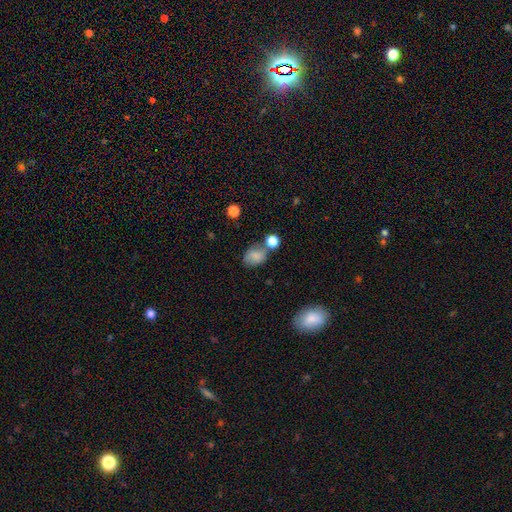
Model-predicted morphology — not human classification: Smooth or featured?
  - smooth: 77% *
  - featured or disk: 13%
  - star or artifact: 11%
How rounded?
  - in between: 68% *
  - round: 31%
  - cigar-shaped: 1%
Merging?
  - none: 50% *
  - minor disturbance: 23%
  - merger: 18%
  - major disturbance: 9%